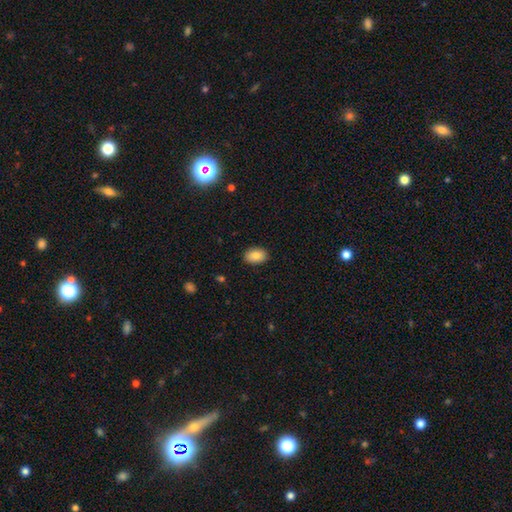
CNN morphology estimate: Smooth or featured? smooth (85%)
How rounded? in between (84%)
Merging? none (89%)